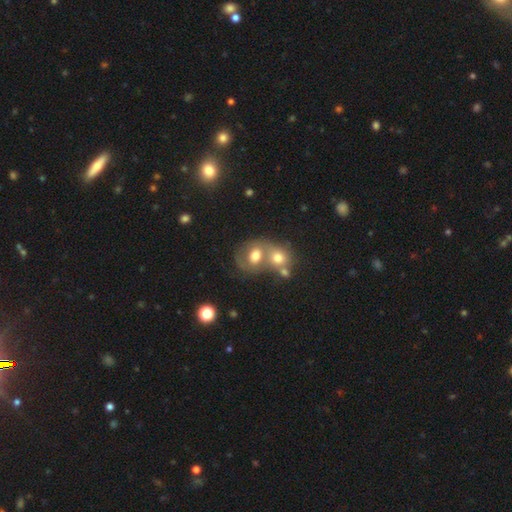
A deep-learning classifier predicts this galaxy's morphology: This is possibly a smooth galaxy (56%). How rounded: possibly round (58%). Merging: possibly merger (59%).